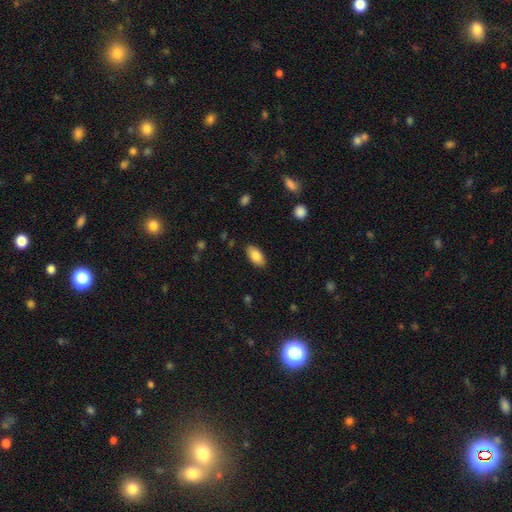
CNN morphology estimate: A smooth galaxy with no disk features (84%) that is in between round and cigar-shaped (93%). Merging: none (87%).